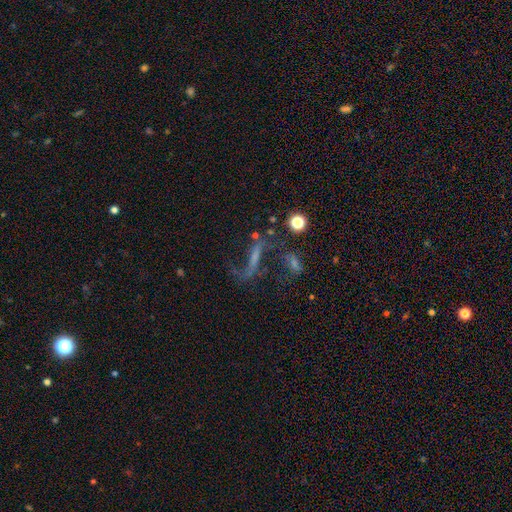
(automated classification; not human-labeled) Overall: featured or disk (57%; smooth 22%). Edge-on disk: no (74%). Merging: none (44%; major disturbance 27%).